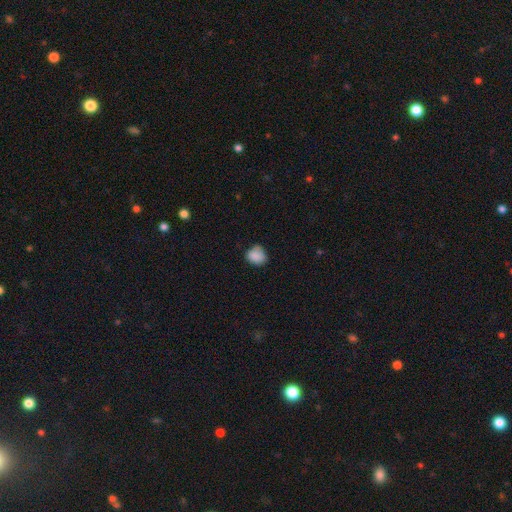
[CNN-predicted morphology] Overall: smooth (86%). How rounded: round (69%; in between 30%). Merging: none (65%; minor disturbance 28%).